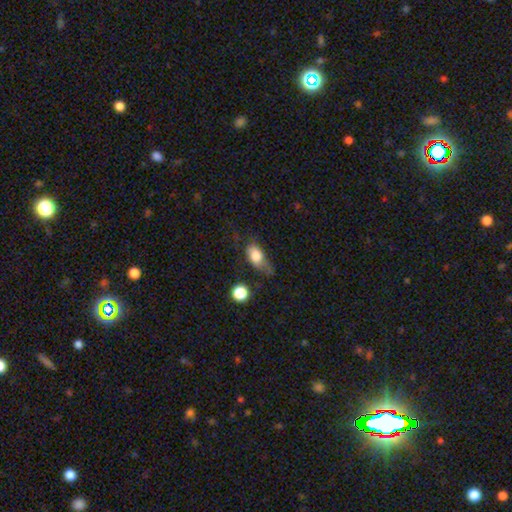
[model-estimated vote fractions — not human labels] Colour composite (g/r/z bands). It shows a smooth galaxy with no disk features (77%) that is in between round and cigar-shaped (83%). Merging: minor disturbance (36%).